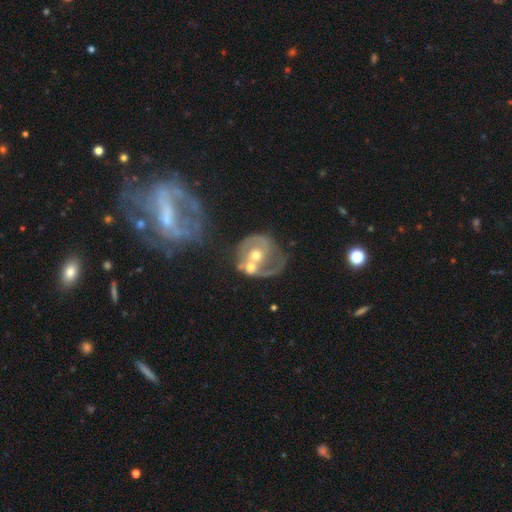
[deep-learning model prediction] Smooth or featured: featured or disk — 74% (smooth — 19%)
Edge-on disk: no — 97% (yes — 3%)
Bar: no — 67% (weak — 25%)
Spiral arms: yes — 72% (no — 28%)
Spiral winding: tight — 41% (medium — 39%)
Spiral arm count: 2 — 49% (1 — 22%)
Bulge size: moderate — 65% (small — 27%)
Merging: merger — 46% (none — 29%)